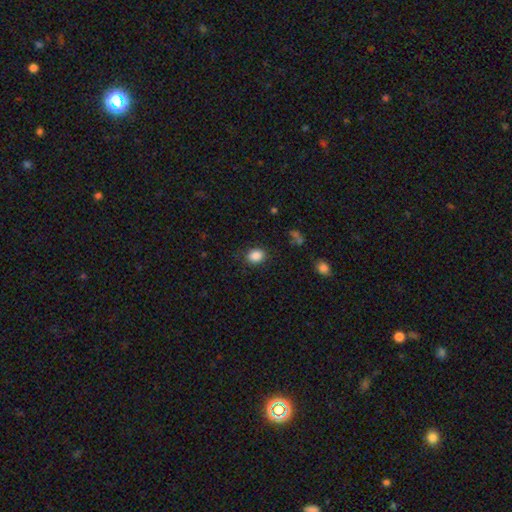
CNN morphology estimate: Overall: smooth (87%). How rounded: in between (61%; round 38%). Merging: none (83%).